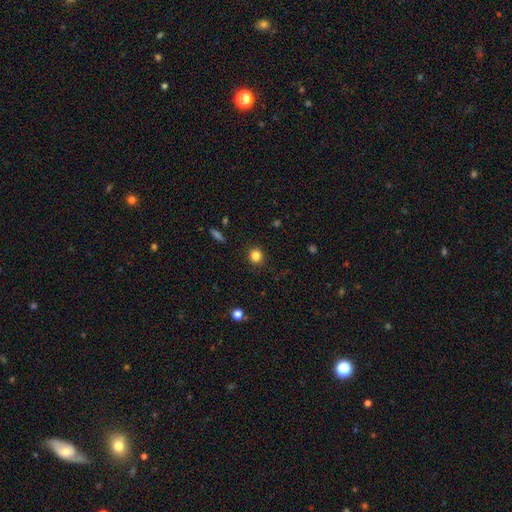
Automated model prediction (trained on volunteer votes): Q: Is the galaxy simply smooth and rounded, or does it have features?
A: smooth — 83%.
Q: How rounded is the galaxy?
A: round — 90%.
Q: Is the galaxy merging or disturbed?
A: none — 90%.